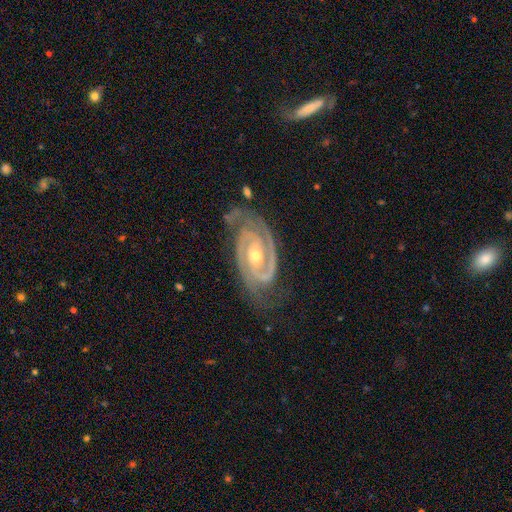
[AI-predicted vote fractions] A featured or disk galaxy (93%) with no bar (40%), 2 (89%) tight (70%) spiral arms (99%) and a moderate central bulge (54%).

Vote fractions:
- Smooth or featured? featured or disk: 93% / star or artifact: 4% / smooth: 3%
- Edge-on disk? no: 97% / yes: 3%
- Bar? no: 40% / weak: 34% / strong: 26%
- Spiral arms? yes: 99% / no: 1%
- Spiral winding? tight: 70% / medium: 27% / loose: 4%
- Spiral arm count? 2: 89% / 3: 4% / can't tell: 2% / 1: 1% / 4: 1% / more than 4: 1%
- Bulge size? moderate: 54% / small: 43% / large: 2% / none: 1% / dominant: 1%
- Merging? none: 73% / minor disturbance: 19% / major disturbance: 6% / merger: 2%